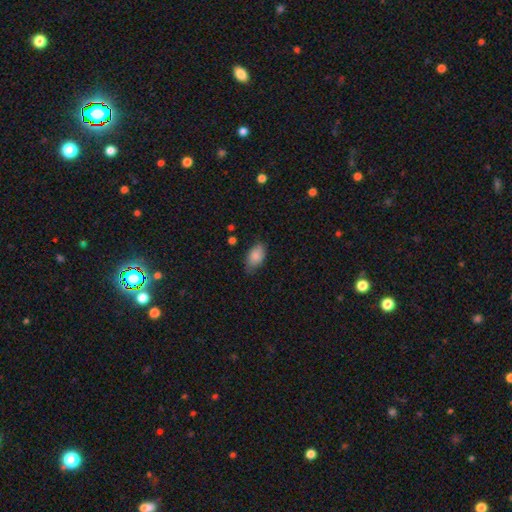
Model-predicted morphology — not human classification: smooth-or-featured: smooth: 86% | featured or disk: 8% | star or artifact: 7%
  how-rounded: in between: 92% | round: 6% | cigar-shaped: 2%
  merging: none: 71% | minor disturbance: 23% | major disturbance: 5% | merger: 1%